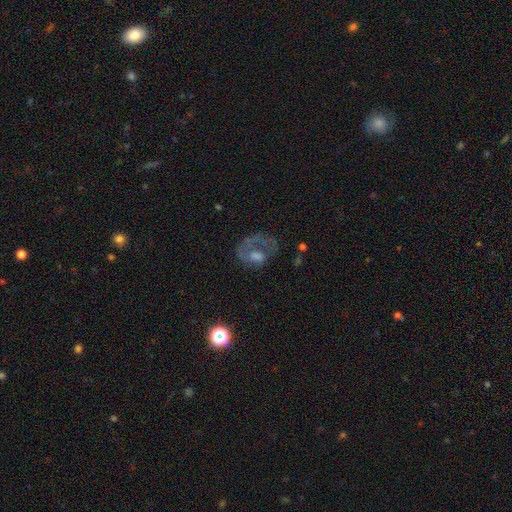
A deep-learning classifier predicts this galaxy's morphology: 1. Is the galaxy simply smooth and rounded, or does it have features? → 59% featured or disk, 27% smooth, 14% star or artifact.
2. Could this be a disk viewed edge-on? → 97% no, 3% yes.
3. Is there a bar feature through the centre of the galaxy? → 78% no, 18% weak, 4% strong.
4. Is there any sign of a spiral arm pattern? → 51% no, 49% yes.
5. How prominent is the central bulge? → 45% moderate, 24% small, 18% none, 11% large, 2% dominant.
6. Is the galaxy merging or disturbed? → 40% none, 38% major disturbance, 18% minor disturbance, 4% merger.